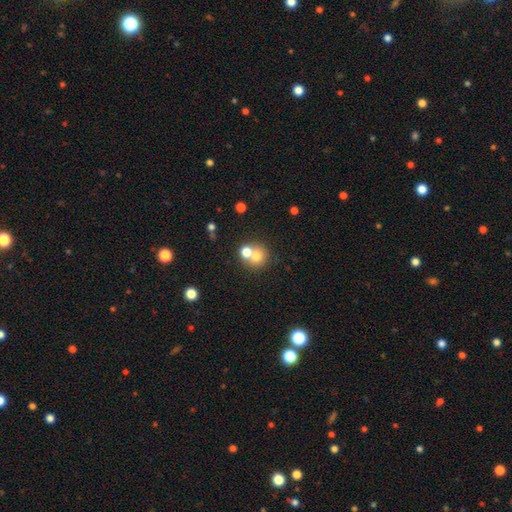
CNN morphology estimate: A smooth galaxy with no disk features (71%) that is round (87%).

Vote fractions:
- Smooth or featured? smooth: 71% / featured or disk: 15% / star or artifact: 13%
- How rounded? round: 87% / in between: 12% / cigar-shaped: 1%
- Merging? none: 48% / merger: 42% / minor disturbance: 7% / major disturbance: 3%